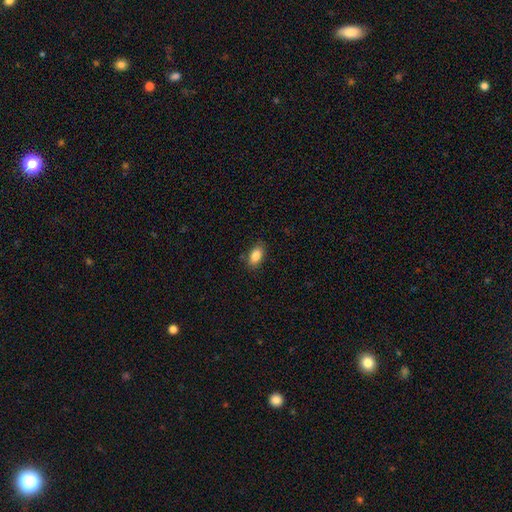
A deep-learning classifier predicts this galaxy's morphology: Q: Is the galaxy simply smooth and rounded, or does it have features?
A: smooth — 86%.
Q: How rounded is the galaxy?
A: in between — 91%.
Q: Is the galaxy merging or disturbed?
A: none — 85%.